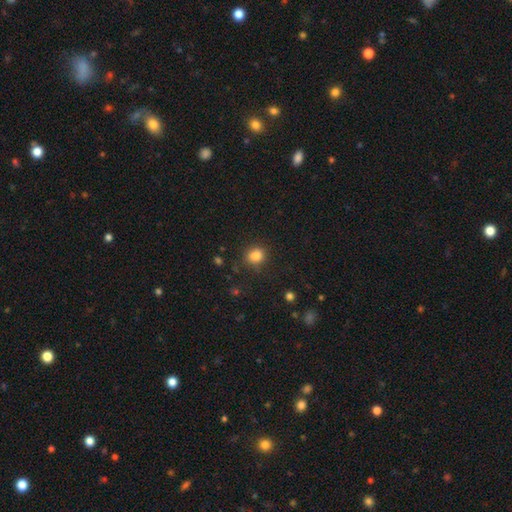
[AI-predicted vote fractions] Smooth or featured?
  - smooth: 84% *
  - star or artifact: 12%
  - featured or disk: 5%
How rounded?
  - round: 80% *
  - in between: 19%
  - cigar-shaped: 1%
Merging?
  - none: 85% *
  - minor disturbance: 10%
  - major disturbance: 3%
  - merger: 2%